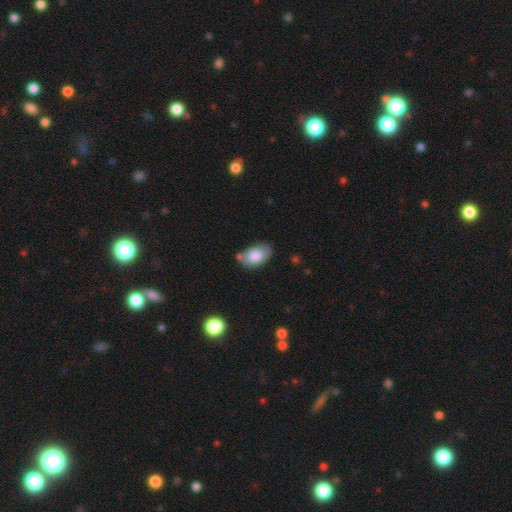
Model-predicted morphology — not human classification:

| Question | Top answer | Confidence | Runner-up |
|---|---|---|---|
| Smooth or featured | smooth | 81% | featured or disk (12%) |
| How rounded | in between | 89% | round (10%) |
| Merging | none | 65% | minor disturbance (22%) |